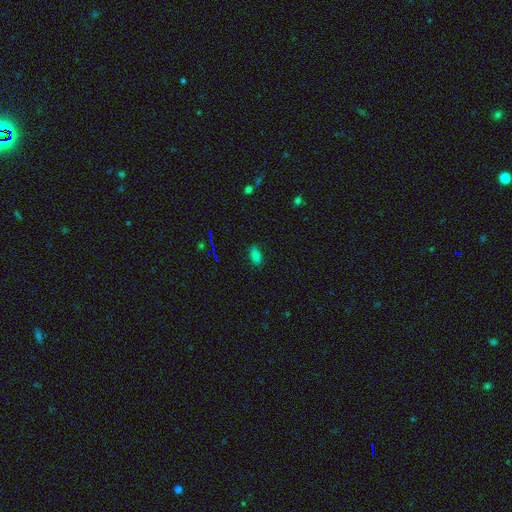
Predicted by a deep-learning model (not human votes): A smooth galaxy with no disk features (73%) that is in between round and cigar-shaped (90%).

Vote fractions:
- Smooth or featured? smooth: 73% / star or artifact: 17% / featured or disk: 10%
- How rounded? in between: 90% / round: 5% / cigar-shaped: 5%
- Merging? none: 84% / minor disturbance: 12% / major disturbance: 2% / merger: 1%